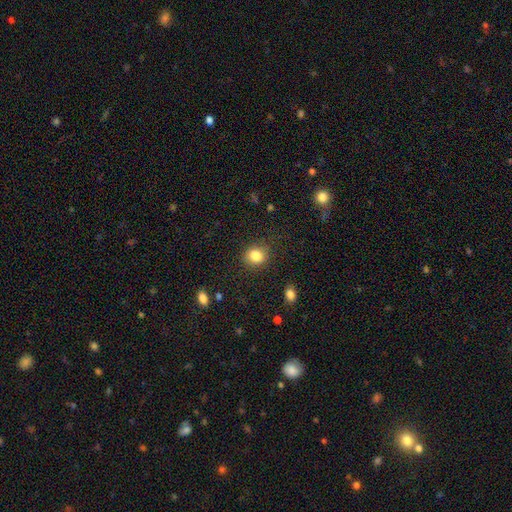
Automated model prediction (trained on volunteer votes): The model was most divided on "how rounded": round: 71%, in between: 28%, cigar-shaped: 1%. More confident: smooth or featured — smooth (84%); merging — none (83%).